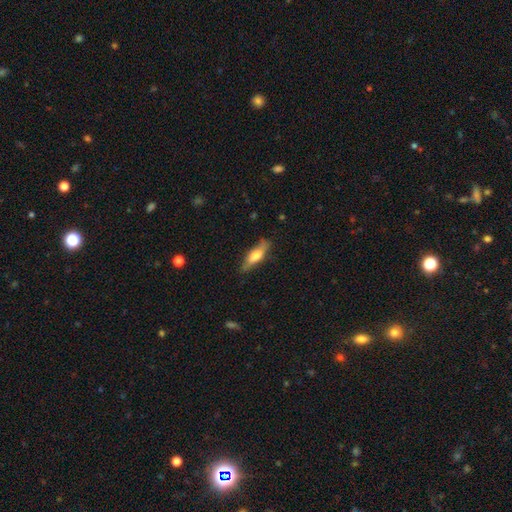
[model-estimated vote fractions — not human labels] The model was most divided on "how rounded": cigar-shaped: 60%, in between: 38%, round: 2%. More confident: merging — none (78%); smooth or featured — smooth (59%).